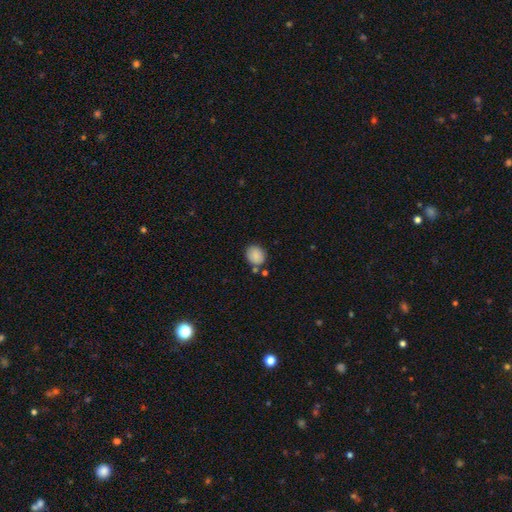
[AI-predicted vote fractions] Morphology: type=smooth (87%); roundness=round (68%); merging=none (74%).